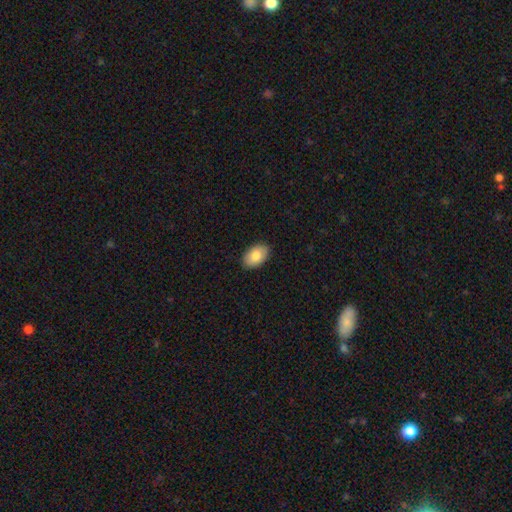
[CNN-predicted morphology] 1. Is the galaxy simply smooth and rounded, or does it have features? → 83% smooth, 11% featured or disk, 6% star or artifact.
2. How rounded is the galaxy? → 92% in between, 7% round, 1% cigar-shaped.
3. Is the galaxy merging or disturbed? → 89% none, 8% minor disturbance, 2% major disturbance, 1% merger.